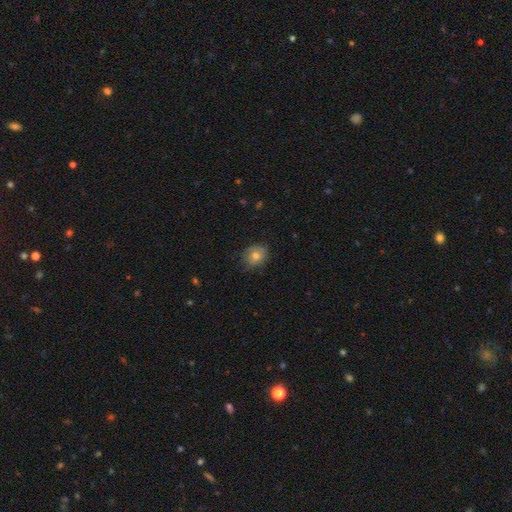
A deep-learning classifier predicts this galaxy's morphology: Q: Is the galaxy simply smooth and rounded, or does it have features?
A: smooth — 69%.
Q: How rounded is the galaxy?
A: round — 64%.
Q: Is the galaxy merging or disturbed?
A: none — 74%.